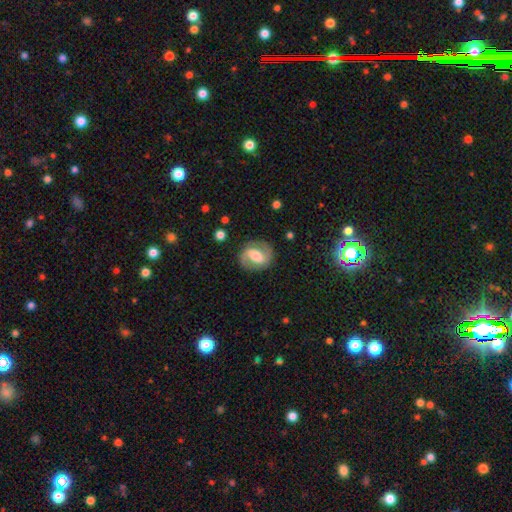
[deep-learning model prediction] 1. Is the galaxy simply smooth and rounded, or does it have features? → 73% featured or disk, 21% smooth, 6% star or artifact.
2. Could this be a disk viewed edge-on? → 97% no, 3% yes.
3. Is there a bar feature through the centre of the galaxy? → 42% strong, 40% weak, 18% no.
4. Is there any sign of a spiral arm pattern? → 86% yes, 14% no.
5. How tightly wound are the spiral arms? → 49% medium, 28% tight, 23% loose.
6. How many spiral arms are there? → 89% 2, 5% can't tell, 3% 1, 1% 3, 1% 4, 1% more than 4.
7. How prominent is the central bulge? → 56% moderate, 22% large, 16% small, 3% none, 3% dominant.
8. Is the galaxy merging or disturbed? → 83% none, 11% minor disturbance, 5% major disturbance, 1% merger.